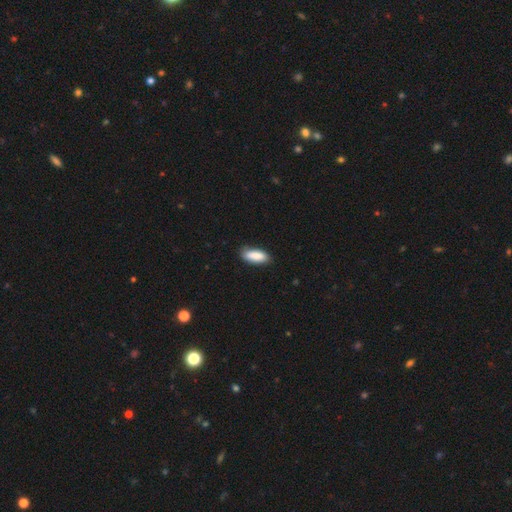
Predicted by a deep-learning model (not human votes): smooth-or-featured: smooth: 87% | featured or disk: 6% | star or artifact: 6%
  how-rounded: in between: 78% | cigar-shaped: 20% | round: 2%
  merging: none: 81% | minor disturbance: 15% | major disturbance: 2% | merger: 1%